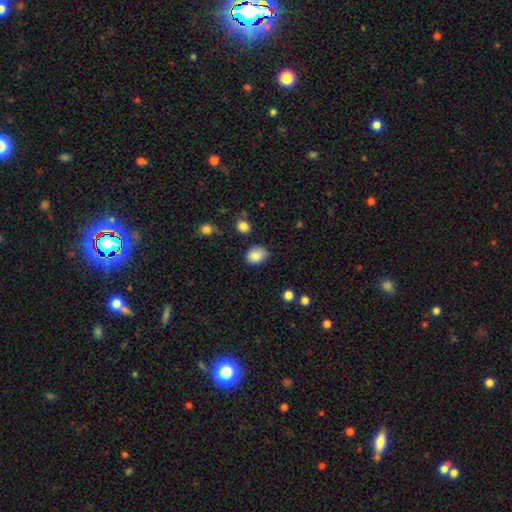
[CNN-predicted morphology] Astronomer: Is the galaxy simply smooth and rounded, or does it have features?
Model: smooth — 87%.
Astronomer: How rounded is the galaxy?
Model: in between — 60% (runner-up: round, 39%).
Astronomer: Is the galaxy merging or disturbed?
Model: none — 74%.